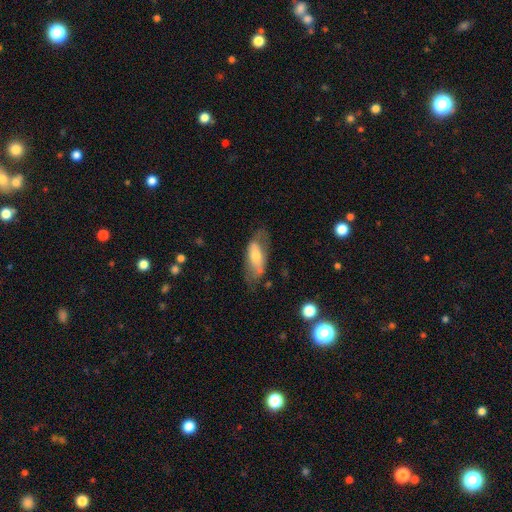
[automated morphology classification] Smooth or featured: featured or disk — 48% (smooth — 43%)
Merging: none — 66% (minor disturbance — 21%)